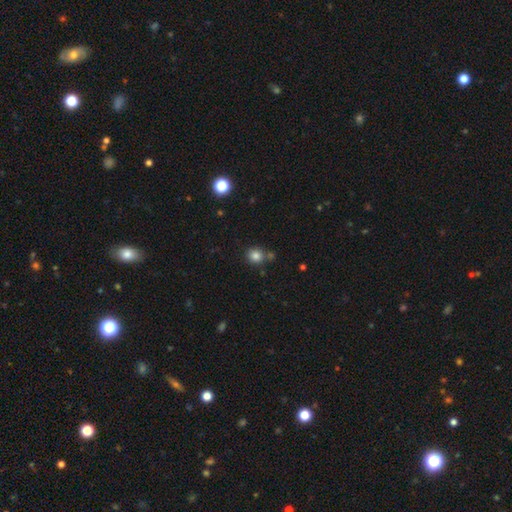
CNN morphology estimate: A smooth galaxy with no disk features (82%) that is round (85%).

Vote fractions:
- Smooth or featured? smooth: 82% / star or artifact: 12% / featured or disk: 5%
- How rounded? round: 85% / in between: 14% / cigar-shaped: 1%
- Merging? none: 72% / merger: 13% / minor disturbance: 11% / major disturbance: 3%